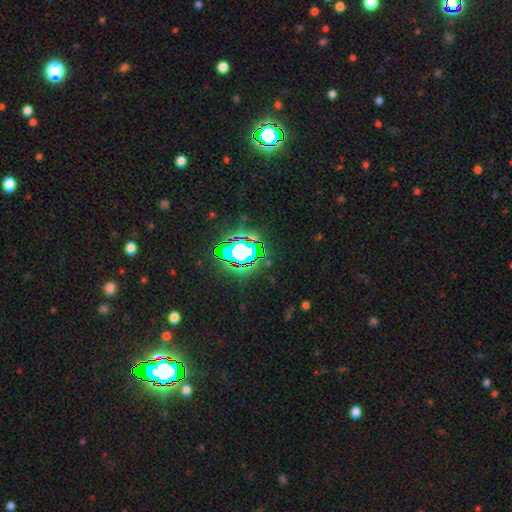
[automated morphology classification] star or artifact 83%, smooth 10%, featured or disk 7%.